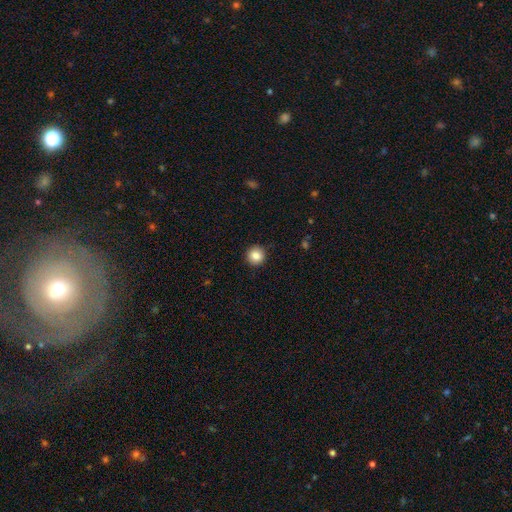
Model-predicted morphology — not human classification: This appears to be a smooth galaxy with no disk features (86%) that is round (94%). Merging: none (91%).